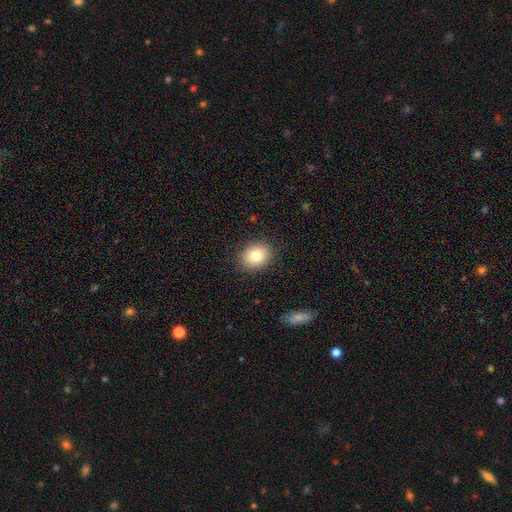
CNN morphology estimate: type=smooth (80%); roundness=round (51%); merging=none (88%).